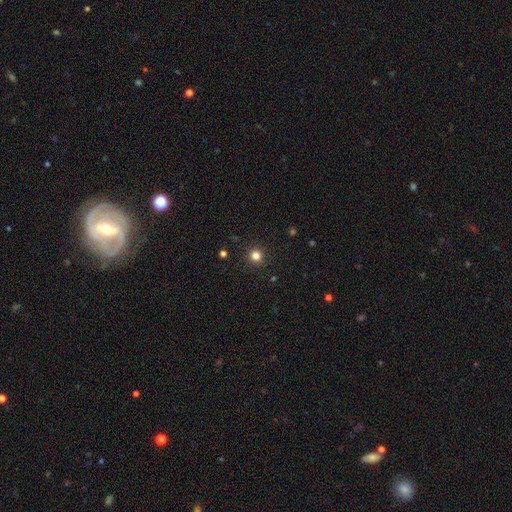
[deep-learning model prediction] This is clearly a smooth galaxy (81%). How rounded: clearly round (95%). Merging: clearly none (92%).